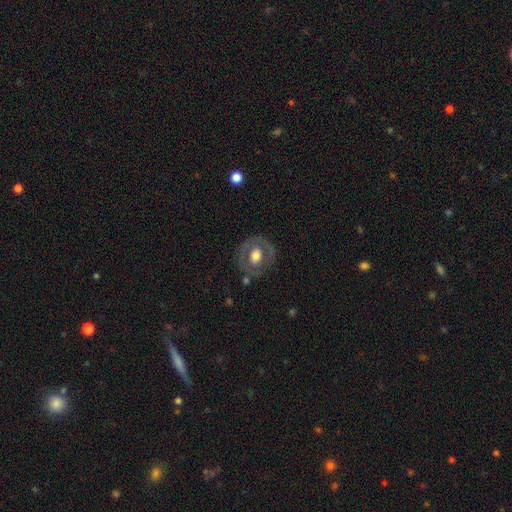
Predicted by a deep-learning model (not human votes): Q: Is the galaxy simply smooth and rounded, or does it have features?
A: featured or disk — 48%.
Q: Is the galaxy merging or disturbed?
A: none — 76%.